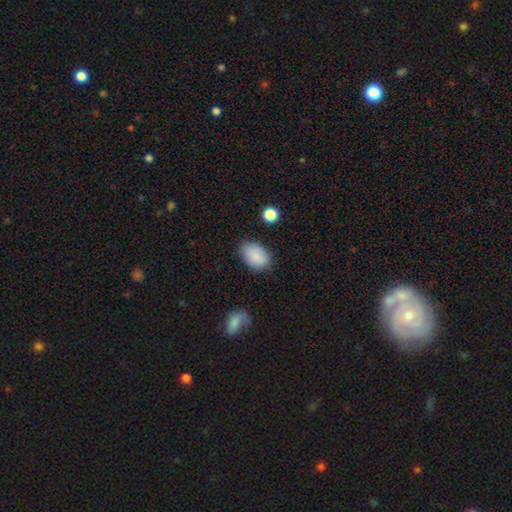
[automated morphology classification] Overall: smooth (87%). How rounded: in between (85%). Merging: none (78%).